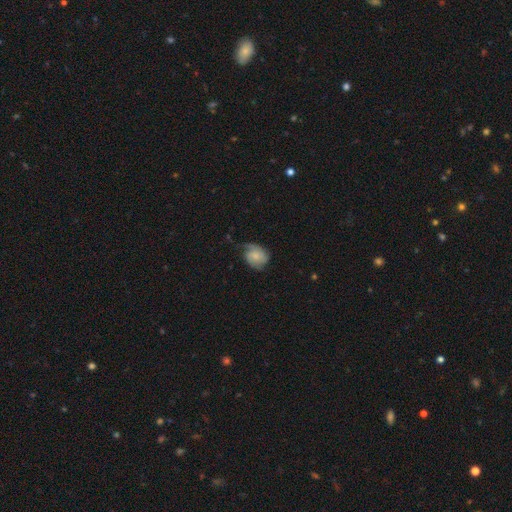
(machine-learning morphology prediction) Q: Smooth or featured?
A: featured or disk (54%); runner-up: smooth (39%)
Q: Edge-on disk?
A: no (97%); runner-up: yes (3%)
Q: Bar?
A: no (68%); runner-up: weak (28%)
Q: Spiral arms?
A: yes (90%); runner-up: no (10%)
Q: Bulge size?
A: small (49%); runner-up: moderate (29%)
Q: Merging?
A: none (48%); runner-up: minor disturbance (32%)